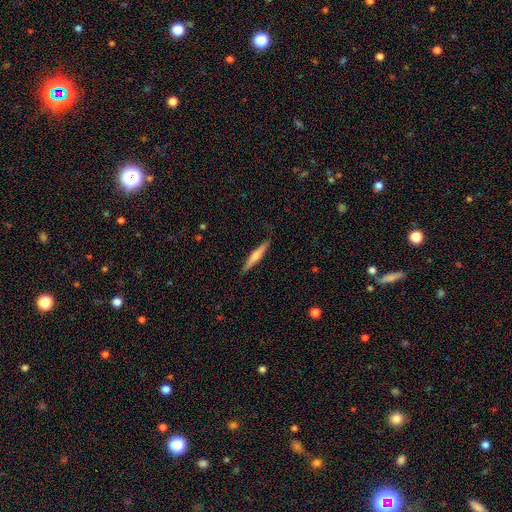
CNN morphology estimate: Smooth or featured: smooth — 47% (tied with featured or disk — 47%)
Merging: none — 88% (minor disturbance — 9%)